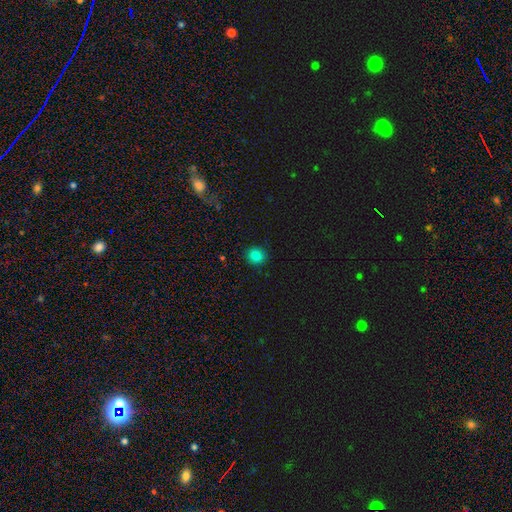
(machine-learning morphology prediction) smooth_or_featured: smooth (p=0.83) [alt: star or artifact p=0.13]
how_rounded: round (p=0.85) [alt: in between p=0.14]
merging: none (p=0.91) [alt: minor disturbance p=0.06]